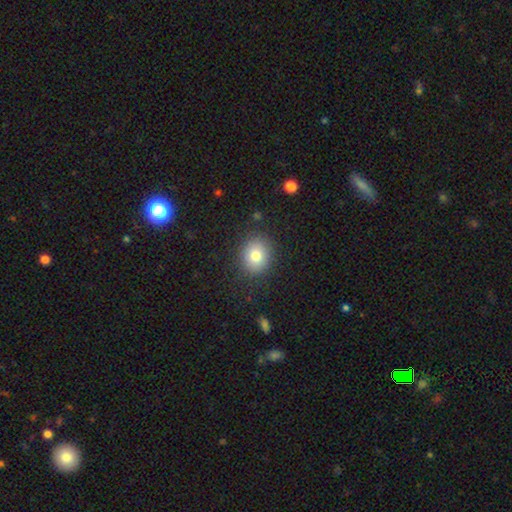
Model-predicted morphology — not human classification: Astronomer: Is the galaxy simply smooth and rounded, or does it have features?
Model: smooth — 79%.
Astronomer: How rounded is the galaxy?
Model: round — 67%.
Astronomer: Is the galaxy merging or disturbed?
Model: none — 86%.